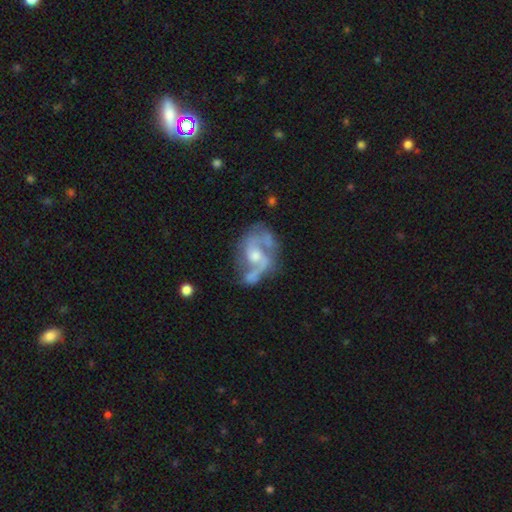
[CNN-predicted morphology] The model was most divided on "spiral winding": medium: 44%, loose: 40%, tight: 17%. Remaining: edge-on disk — no (97%); spiral arms — yes (79%); smooth or featured — featured or disk (78%); spiral arm count — 2 (64%); bar — no (55%); bulge size — moderate (53%); merging — none (42%).